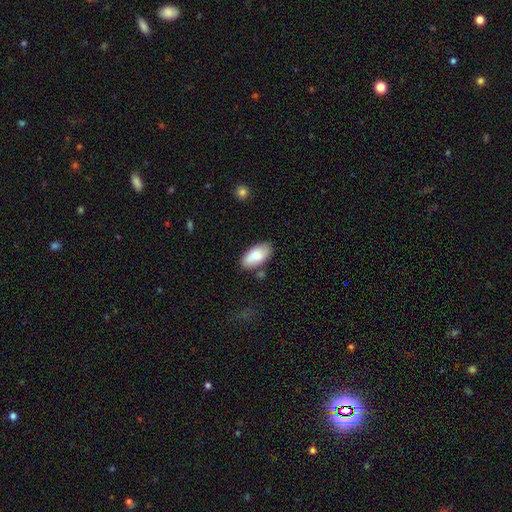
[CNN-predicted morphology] type=smooth (79%); roundness=in between (94%); merging=none (77%).